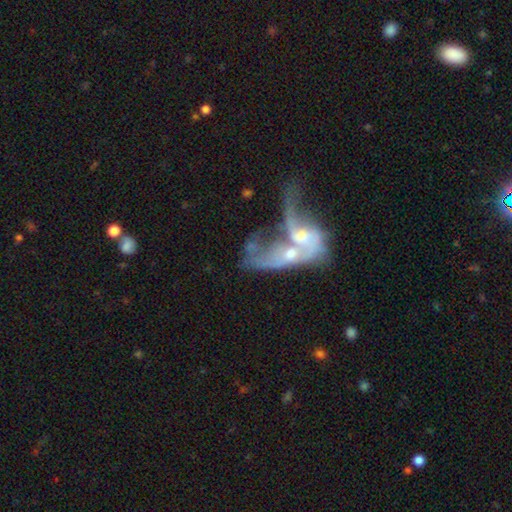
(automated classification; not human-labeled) Overall: featured or disk (68%). Edge-on disk: no (94%). Bar: no (67%). Spiral arms: yes (59%; no 41%). Bulge size: moderate (52%; small 30%). Merging: merger (75%).